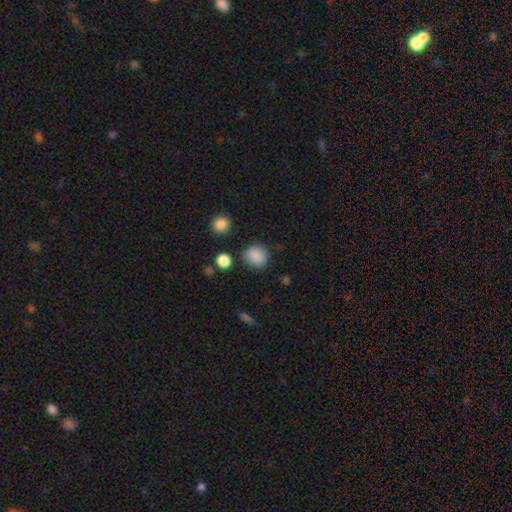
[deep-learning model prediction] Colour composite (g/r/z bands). It shows a smooth galaxy with no disk features (85%) that is round (77%). Merging: none (79%).